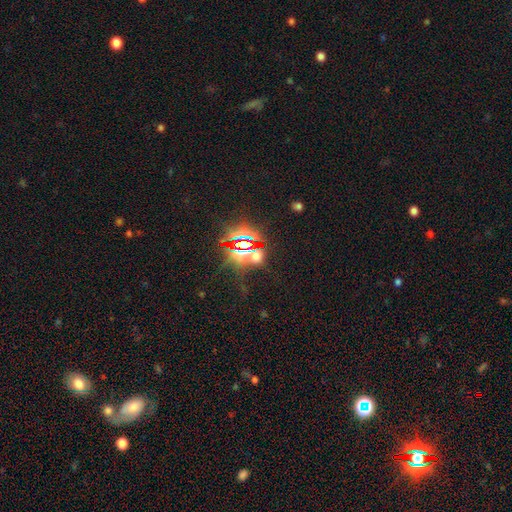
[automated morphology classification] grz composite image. It shows a star or artifact, not a galaxy (72%).